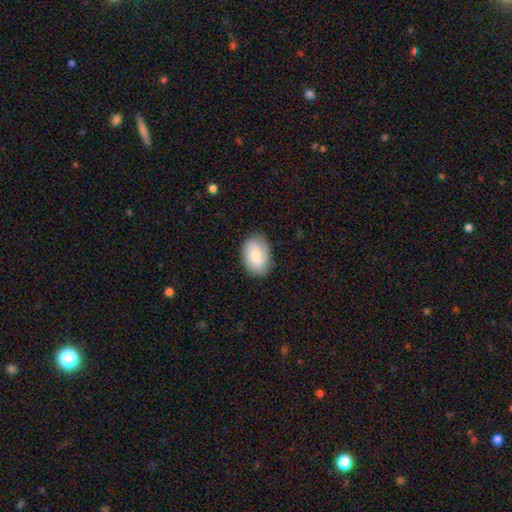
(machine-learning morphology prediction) This is likely a smooth galaxy (74%). How rounded: clearly in between (86%). Merging: clearly none (81%).